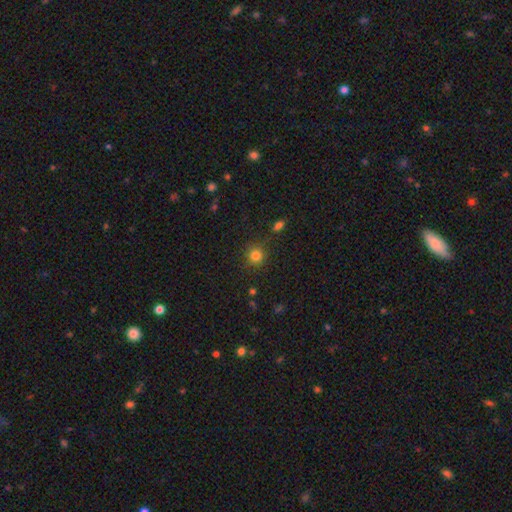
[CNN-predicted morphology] This is clearly a smooth galaxy (80%). How rounded: clearly round (91%). Merging: clearly none (84%).